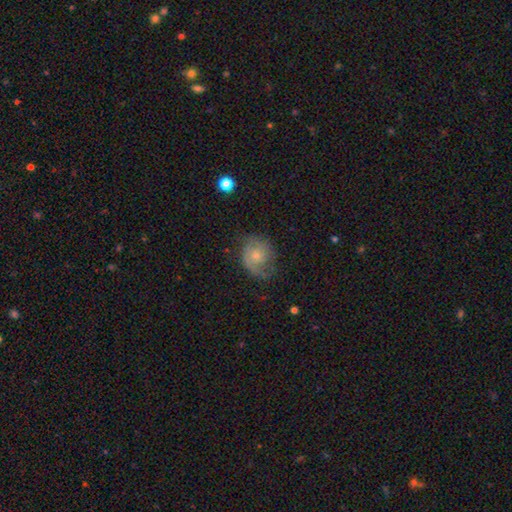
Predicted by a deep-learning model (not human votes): This is likely a featured or disk galaxy (65%). It is clearly not viewed edge-on (97%). Bar: likely no (75%). Spiral arm pattern: clearly yes (90%). Spiral arm count: possibly 2 (58%). Spiral winding: marginally medium (40%). Central bulge: possibly small (51%). Merging: likely none (64%).